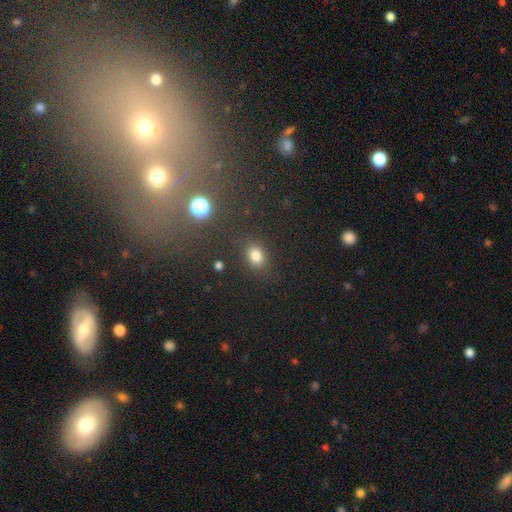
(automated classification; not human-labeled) This appears to be a smooth galaxy with no disk features (78%) that is in between round and cigar-shaped (55%). Merging: none (82%).